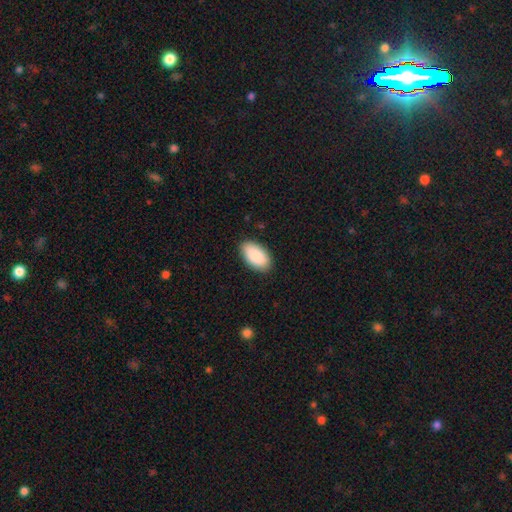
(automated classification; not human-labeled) smooth-or-featured: smooth: 90% | star or artifact: 6% | featured or disk: 4%
  how-rounded: in between: 96% | round: 3% | cigar-shaped: 2%
  merging: none: 87% | minor disturbance: 10% | major disturbance: 2% | merger: 1%